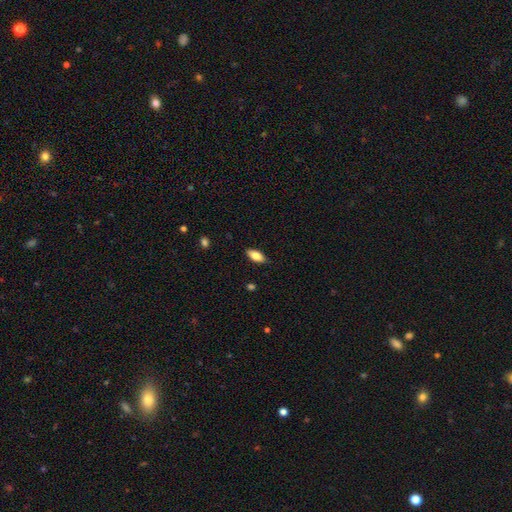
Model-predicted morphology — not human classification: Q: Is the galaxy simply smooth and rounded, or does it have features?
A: smooth — 78%.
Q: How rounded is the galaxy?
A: in between — 87%.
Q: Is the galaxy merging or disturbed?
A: none — 86%.